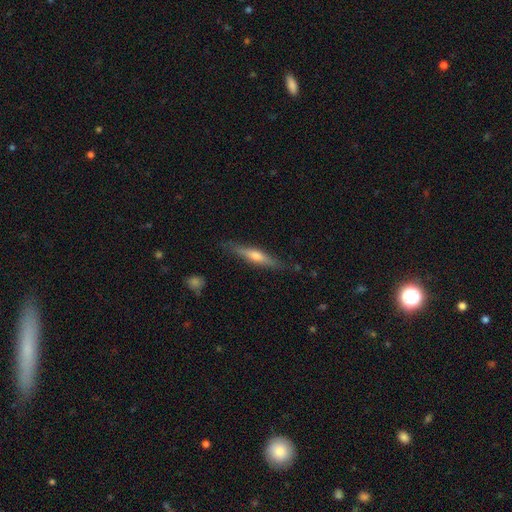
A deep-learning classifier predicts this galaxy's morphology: Smooth or featured? Predicted: featured or disk (p=0.61). Edge-on disk? Predicted: yes (p=0.95). Edge-on bulge? Predicted: rounded (p=0.82). Merging? Predicted: none (p=0.86).